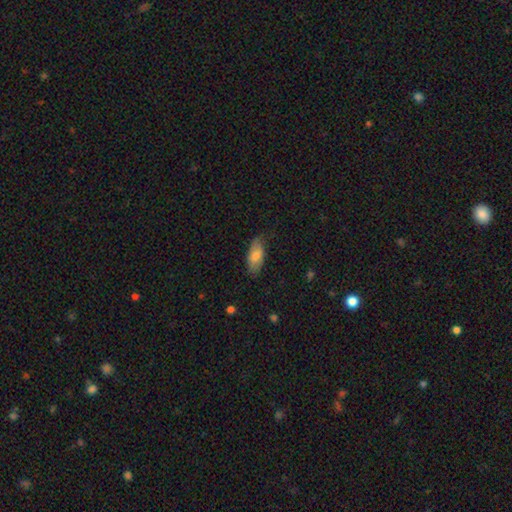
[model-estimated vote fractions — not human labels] The model was most divided on "merging": none: 70%, minor disturbance: 24%, major disturbance: 5%, merger: 1%. More confident: how rounded — in between (88%); smooth or featured — smooth (77%).